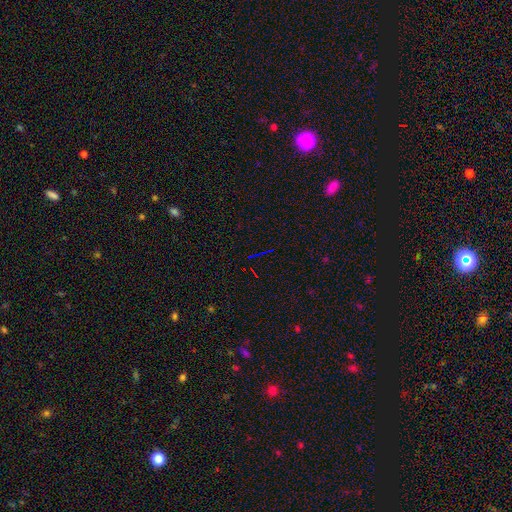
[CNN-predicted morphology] Overall: star or artifact (73%).